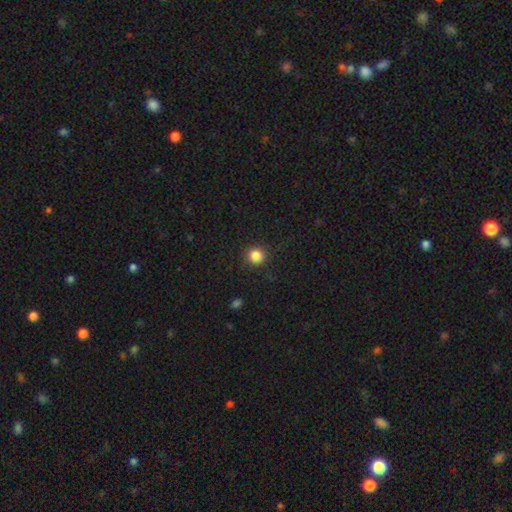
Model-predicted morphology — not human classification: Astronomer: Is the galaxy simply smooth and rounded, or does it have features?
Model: smooth — 85%.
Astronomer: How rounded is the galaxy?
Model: round — 92%.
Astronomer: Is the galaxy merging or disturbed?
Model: none — 89%.